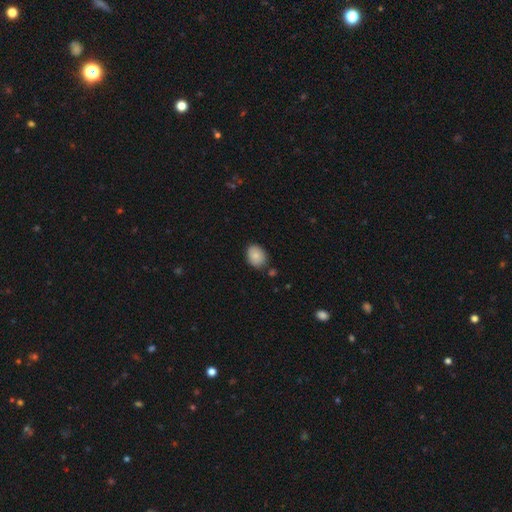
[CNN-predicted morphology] type=smooth (84%); roundness=in between (62%); merging=none (79%).